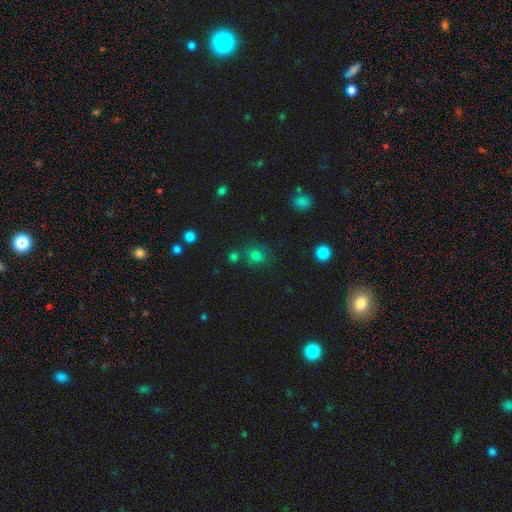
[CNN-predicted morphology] smooth 74%, star or artifact 18%, featured or disk 8%. Down the decision tree: how rounded — round (62%); merging — none (65%).